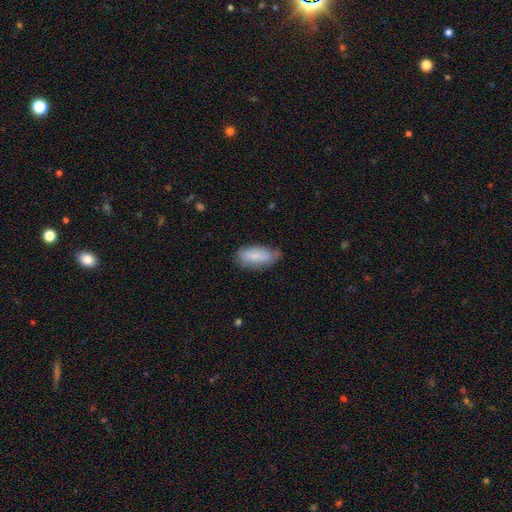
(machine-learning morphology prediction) The model was most divided on "merging": none: 56%, minor disturbance: 34%, major disturbance: 7%, merger: 2%. More confident: how rounded — in between (85%); smooth or featured — smooth (81%).